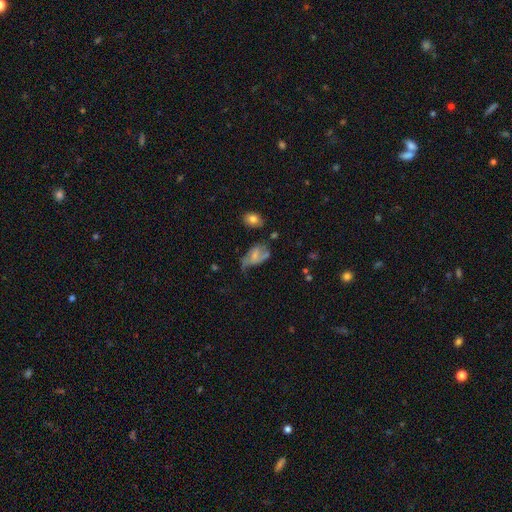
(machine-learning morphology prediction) A featured or disk galaxy (48%). Merging: major disturbance (37%).